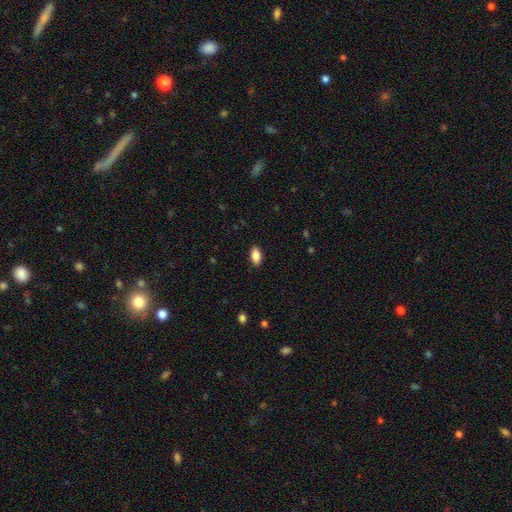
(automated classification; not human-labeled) Smooth or featured? smooth (87%)
How rounded? in between (92%)
Merging? none (88%)